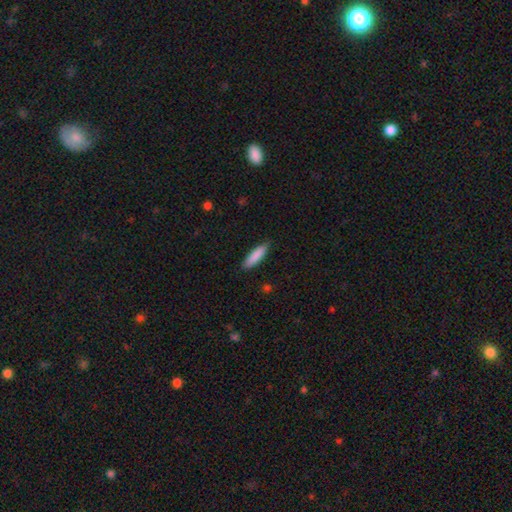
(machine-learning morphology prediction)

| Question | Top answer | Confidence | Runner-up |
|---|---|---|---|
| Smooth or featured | smooth | 86% | featured or disk (8%) |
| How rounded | cigar-shaped | 70% | in between (29%) |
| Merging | none | 87% | minor disturbance (10%) |